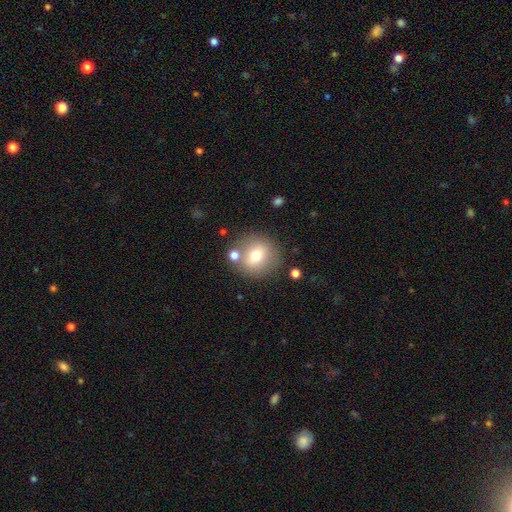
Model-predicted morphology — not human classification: This is likely a smooth galaxy (68%). How rounded: clearly round (86%). Merging: likely none (75%).